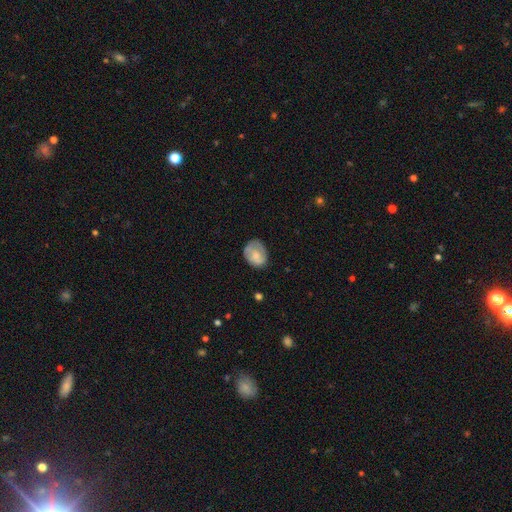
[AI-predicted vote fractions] This appears to be a smooth galaxy with no disk features (69%) that is in between round and cigar-shaped (60%). Merging: none (64%).